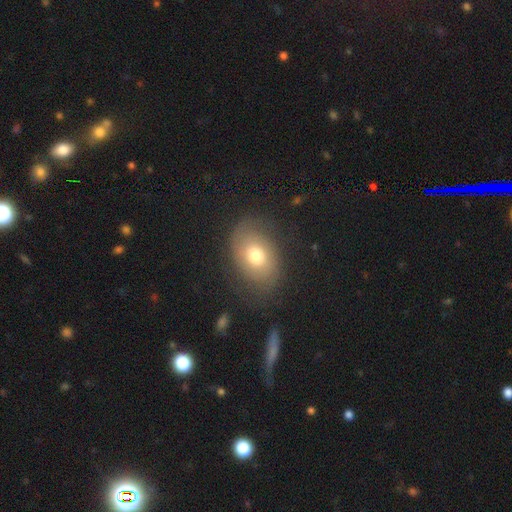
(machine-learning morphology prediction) smooth_or_featured: smooth (p=0.56) [alt: featured or disk p=0.34]
how_rounded: in between (p=0.75) [alt: round p=0.23]
merging: none (p=0.73) [alt: minor disturbance p=0.17]